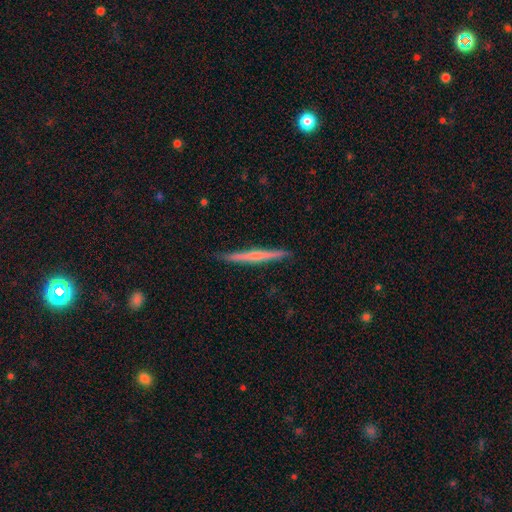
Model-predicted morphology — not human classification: type=featured or disk (58%); edge-on=yes (98%); edge-on bulge=none (50%); merging=none (90%).